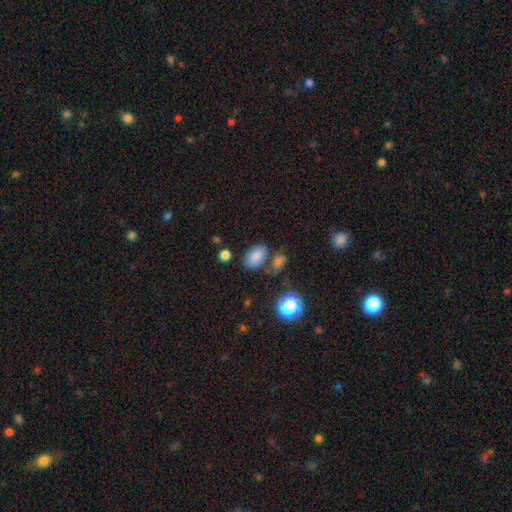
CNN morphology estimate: Smooth or featured? smooth (78%)
How rounded? in between (87%)
Merging? none (67%)